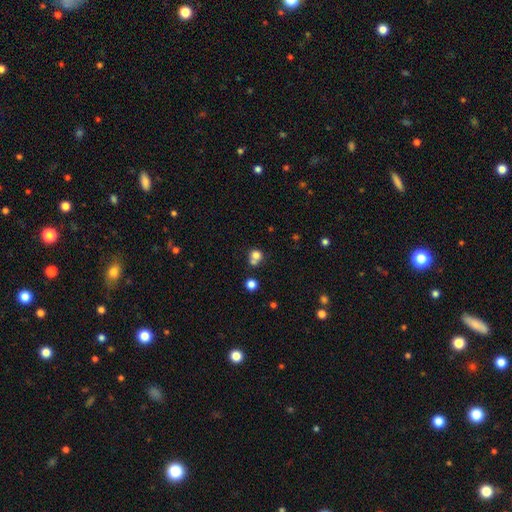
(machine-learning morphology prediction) Q: Smooth or featured?
A: smooth (75%); runner-up: star or artifact (13%)
Q: How rounded?
A: round (81%); runner-up: in between (18%)
Q: Merging?
A: merger (44%); runner-up: none (43%)